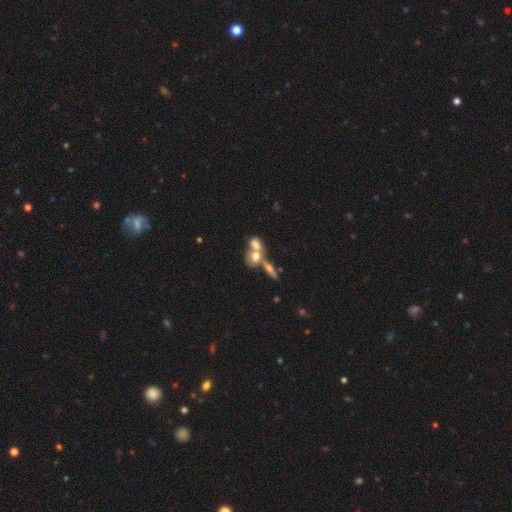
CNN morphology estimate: This appears to be a smooth galaxy with no disk features (56%) that is in between round and cigar-shaped (63%). Merging: merger (68%).